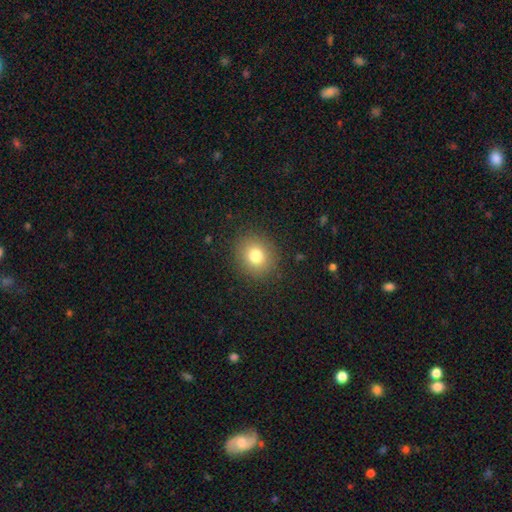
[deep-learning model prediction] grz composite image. It shows a smooth galaxy with no disk features (79%) that is round (80%). Merging: none (88%).